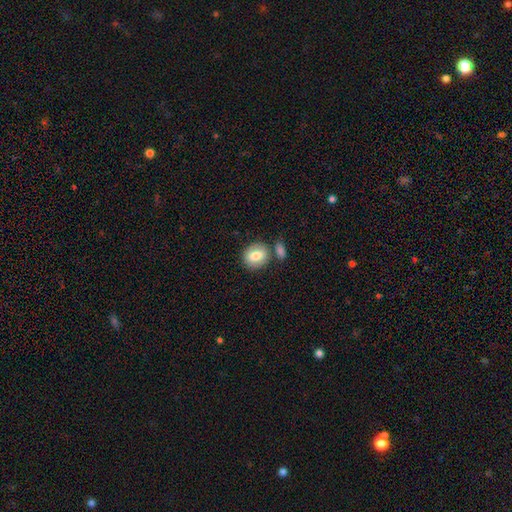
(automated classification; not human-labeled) This is likely a smooth galaxy (78%). How rounded: possibly round (59%). Merging: likely none (64%).